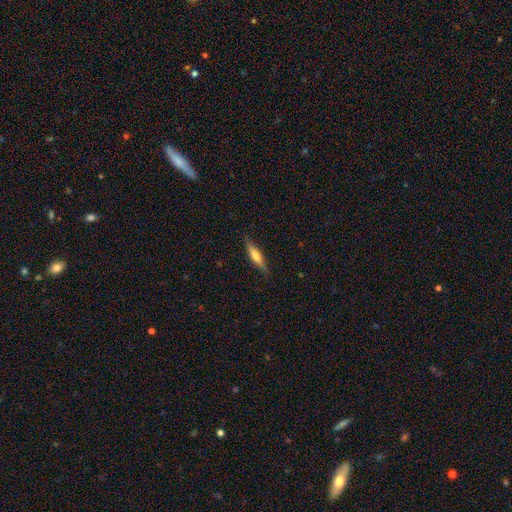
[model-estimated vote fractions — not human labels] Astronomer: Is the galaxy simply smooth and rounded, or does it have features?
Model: featured or disk — 48% (runner-up: smooth, 46%).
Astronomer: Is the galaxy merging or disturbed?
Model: none — 85%.